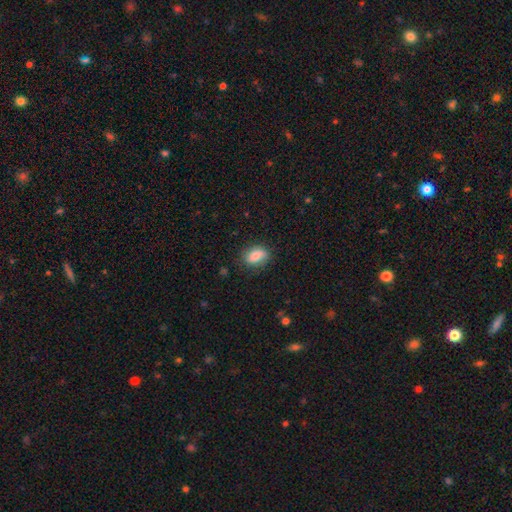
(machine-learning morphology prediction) smooth-or-featured: smooth: 79% | featured or disk: 13% | star or artifact: 8%
  how-rounded: in between: 79% | round: 18% | cigar-shaped: 2%
  merging: none: 77% | minor disturbance: 17% | major disturbance: 5% | merger: 1%